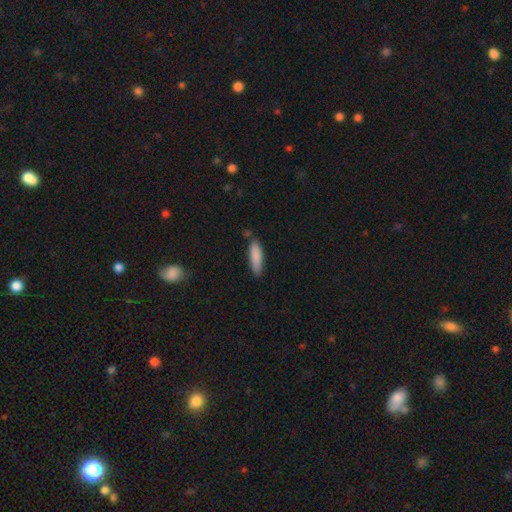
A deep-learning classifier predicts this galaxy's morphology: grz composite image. It shows a smooth galaxy with no disk features (86%) that is cigar-shaped (62%). Merging: none (75%).